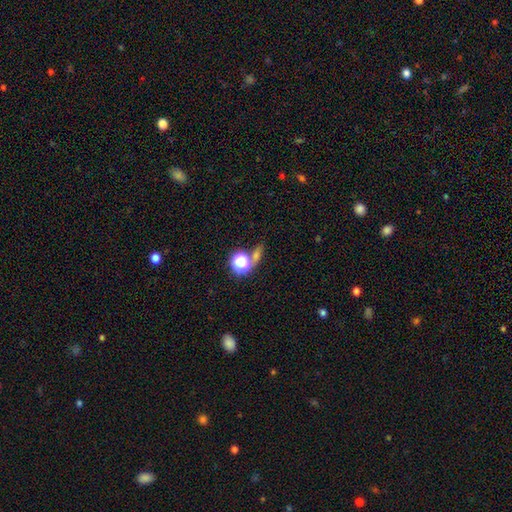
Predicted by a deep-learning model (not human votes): This appears to be a star or artifact, not a galaxy (44%, tied with smooth).